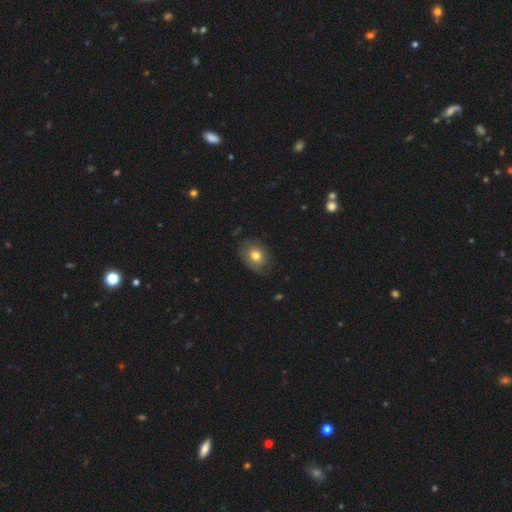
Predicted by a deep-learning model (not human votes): Smooth or featured?
  - smooth: 69% *
  - featured or disk: 22%
  - star or artifact: 8%
How rounded?
  - in between: 66% *
  - round: 33%
  - cigar-shaped: 1%
Merging?
  - none: 71% *
  - minor disturbance: 22%
  - major disturbance: 6%
  - merger: 1%